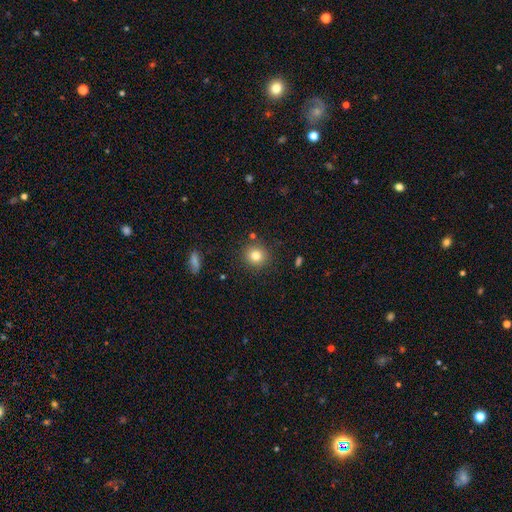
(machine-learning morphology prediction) This is clearly a smooth galaxy (81%). How rounded: clearly round (90%). Merging: clearly none (87%).